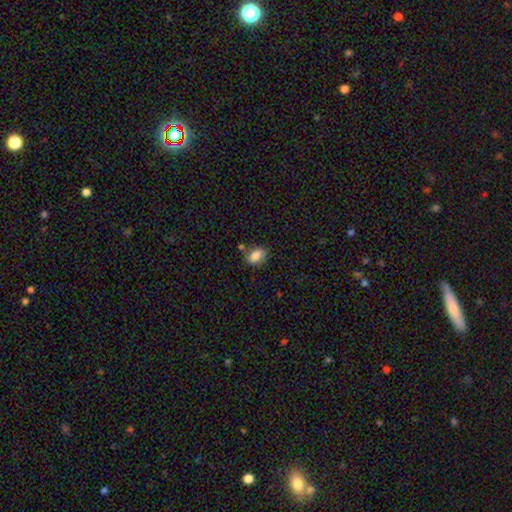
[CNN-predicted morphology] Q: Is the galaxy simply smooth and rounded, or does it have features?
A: smooth — 82%.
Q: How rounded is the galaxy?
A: in between — 73%.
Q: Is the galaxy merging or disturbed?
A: none — 69%.